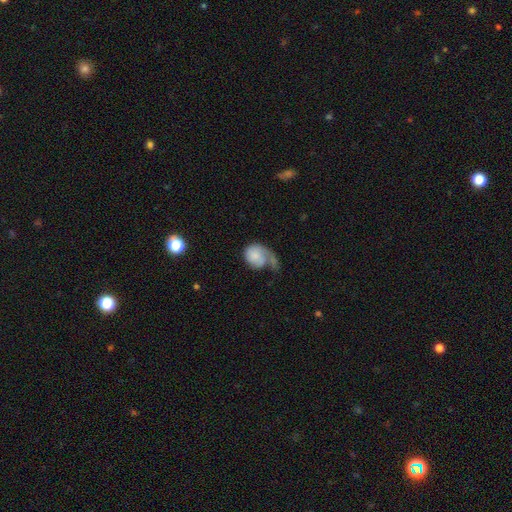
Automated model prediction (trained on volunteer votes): This appears to be a smooth galaxy with no disk features (58%) that is round (57%). Merging: major disturbance (46%).